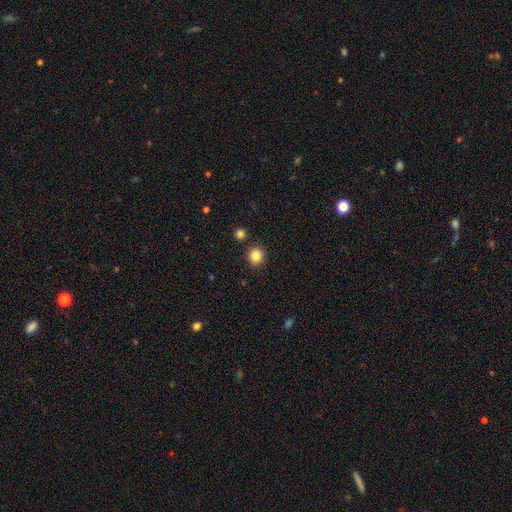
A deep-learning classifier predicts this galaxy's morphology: This is clearly a smooth galaxy (86%). How rounded: clearly round (84%). Merging: clearly none (87%).